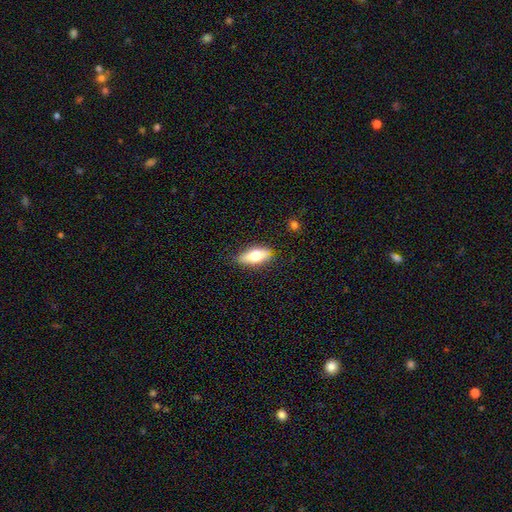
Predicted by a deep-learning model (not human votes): smooth-or-featured: smooth: 65% | featured or disk: 28% | star or artifact: 7%
  how-rounded: in between: 74% | cigar-shaped: 23% | round: 4%
  merging: none: 82% | minor disturbance: 14% | major disturbance: 3% | merger: 1%